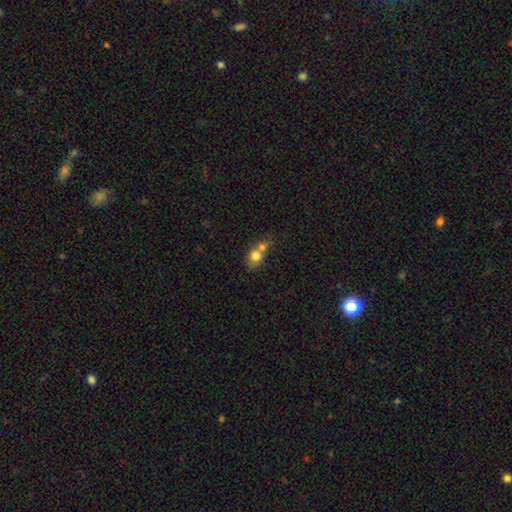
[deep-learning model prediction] The model was most divided on "how rounded": round: 57%, in between: 41%, cigar-shaped: 2%. More confident: smooth or featured — smooth (76%); merging — merger (61%).